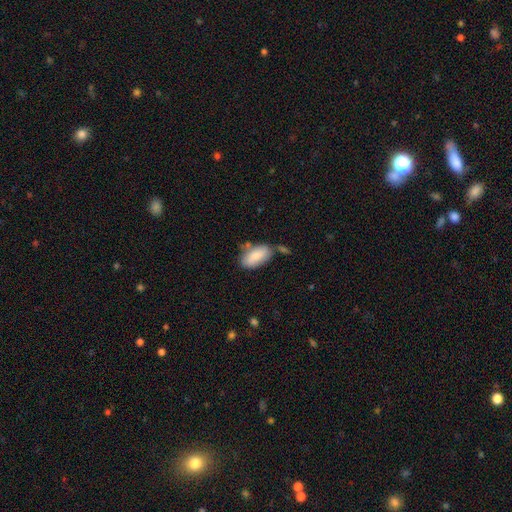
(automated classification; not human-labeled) Smooth or featured?
  - smooth: 80% *
  - featured or disk: 14%
  - star or artifact: 6%
How rounded?
  - in between: 94% *
  - cigar-shaped: 4%
  - round: 3%
Merging?
  - none: 62% *
  - minor disturbance: 21%
  - merger: 12%
  - major disturbance: 5%